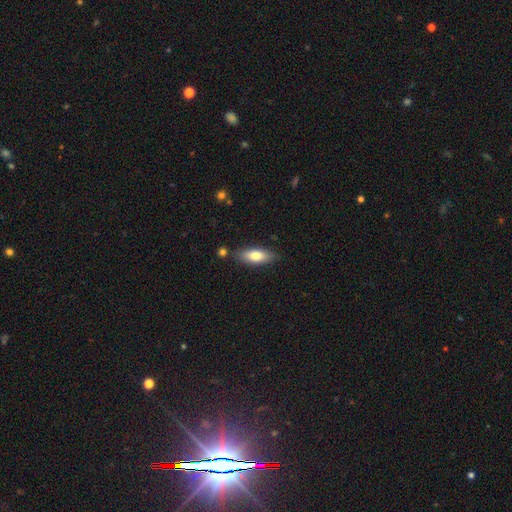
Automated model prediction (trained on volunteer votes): A smooth galaxy with no disk features (76%) that is in between round and cigar-shaped (68%).

Vote fractions:
- Smooth or featured? smooth: 76% / featured or disk: 18% / star or artifact: 6%
- How rounded? in between: 68% / cigar-shaped: 30% / round: 2%
- Merging? none: 82% / minor disturbance: 12% / merger: 3% / major disturbance: 2%